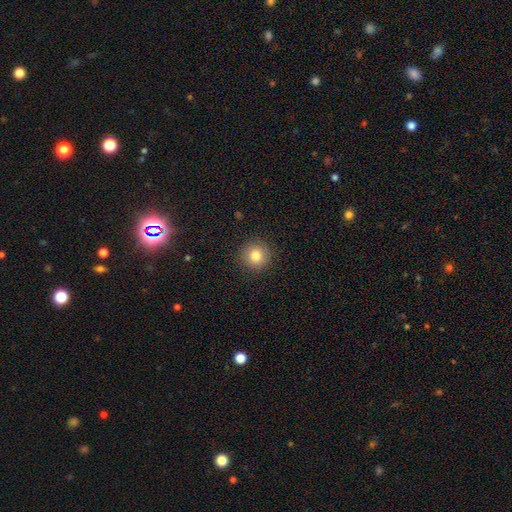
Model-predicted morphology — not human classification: Smooth or featured? Predicted: smooth (p=0.82). How rounded? Predicted: round (p=0.94). Merging? Predicted: none (p=0.91).